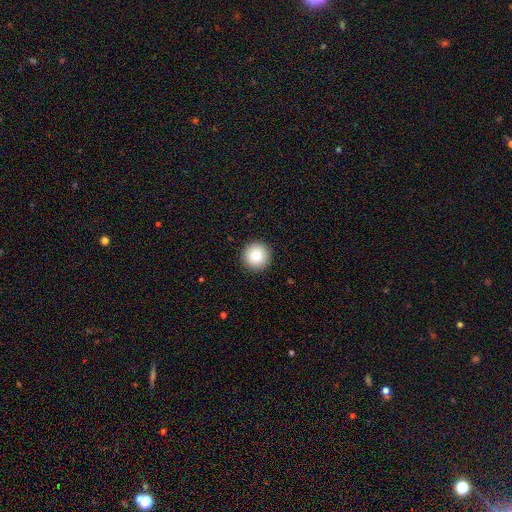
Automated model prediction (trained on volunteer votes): smooth_or_featured: smooth (p=0.82) [alt: star or artifact p=0.10]
how_rounded: round (p=0.96) [alt: in between p=0.03]
merging: none (p=0.93) [alt: minor disturbance p=0.05]